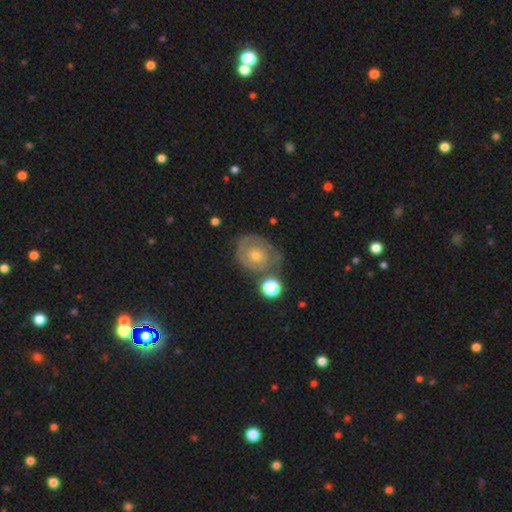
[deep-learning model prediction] smooth-or-featured: featured or disk: 65% | smooth: 27% | star or artifact: 9%
  disk-edge-on: no: 97% | yes: 3%
    bar: no: 84% | weak: 13% | strong: 3%
    has-spiral-arms: yes: 66% | no: 34%
    bulge-size: small: 49% | moderate: 45% | large: 3% | none: 2% | dominant: 1%
  merging: none: 64% | minor disturbance: 20% | major disturbance: 9% | merger: 8%